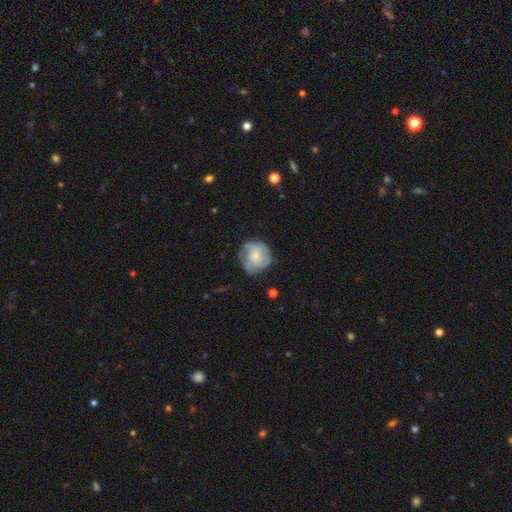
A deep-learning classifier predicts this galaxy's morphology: featured or disk 62%, smooth 31%, star or artifact 7%. Down the decision tree: edge-on disk — no (98%); bar — no (73%); spiral arms — yes (84%); spiral arm count — 3 (32%); spiral winding — tight (44%); bulge size — small (55%); merging — none (64%).